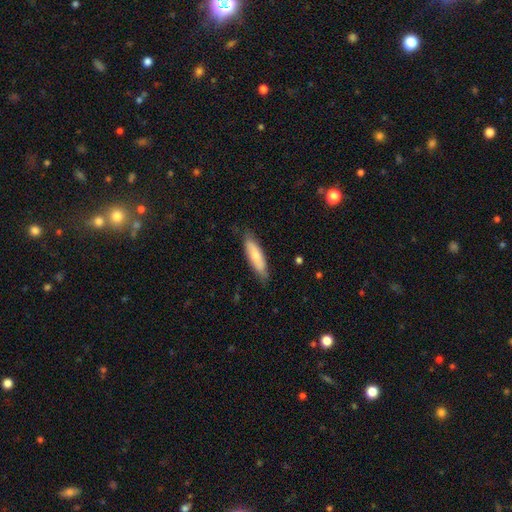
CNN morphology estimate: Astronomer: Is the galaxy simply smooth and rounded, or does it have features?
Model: smooth — 71%.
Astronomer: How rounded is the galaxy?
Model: cigar-shaped — 58% (runner-up: in between, 40%).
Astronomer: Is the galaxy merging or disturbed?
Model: none — 78%.